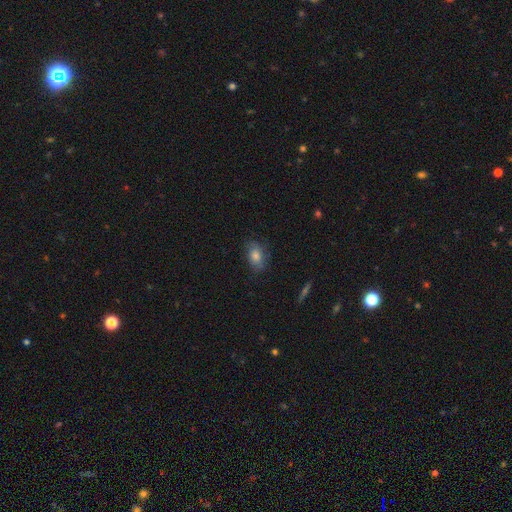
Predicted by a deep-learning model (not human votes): smooth 69%, featured or disk 20%, star or artifact 11%. Down the decision tree: how rounded — in between (78%); merging — none (72%).